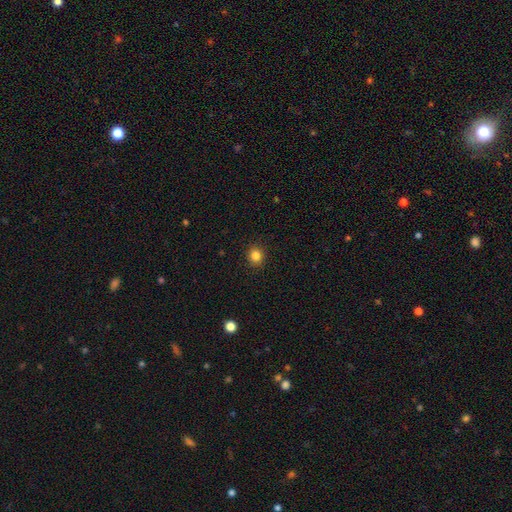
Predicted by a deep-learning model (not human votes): smooth_or_featured: smooth (p=0.84) [alt: star or artifact p=0.12]
how_rounded: round (p=0.83) [alt: in between p=0.16]
merging: none (p=0.91) [alt: minor disturbance p=0.06]